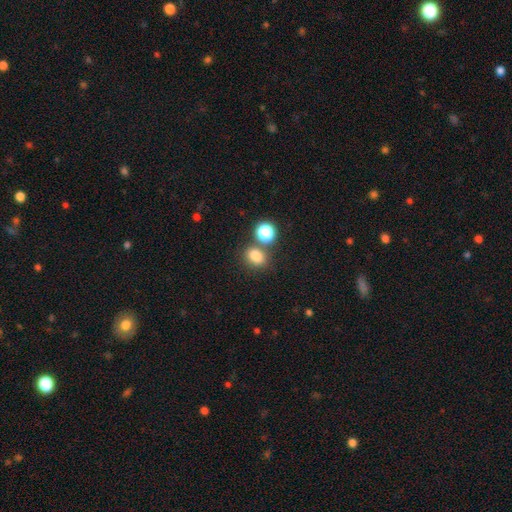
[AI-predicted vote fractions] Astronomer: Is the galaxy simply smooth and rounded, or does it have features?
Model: smooth — 79%.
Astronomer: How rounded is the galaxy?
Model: round — 52% (runner-up: in between, 47%).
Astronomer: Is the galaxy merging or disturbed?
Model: none — 68%.